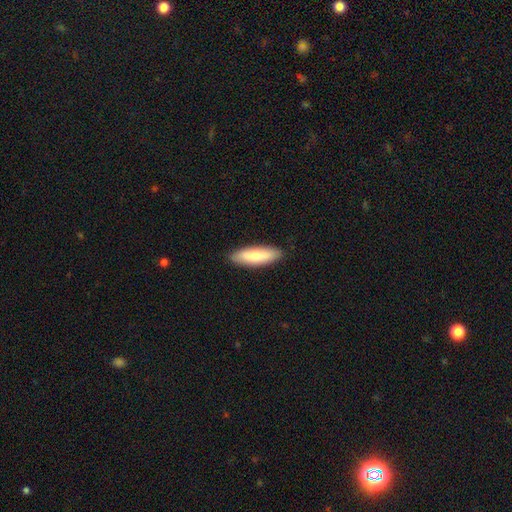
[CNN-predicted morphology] smooth_or_featured: smooth (p=0.76) [alt: featured or disk p=0.19]
how_rounded: cigar-shaped (p=0.54) [alt: in between p=0.44]
merging: none (p=0.88) [alt: minor disturbance p=0.09]